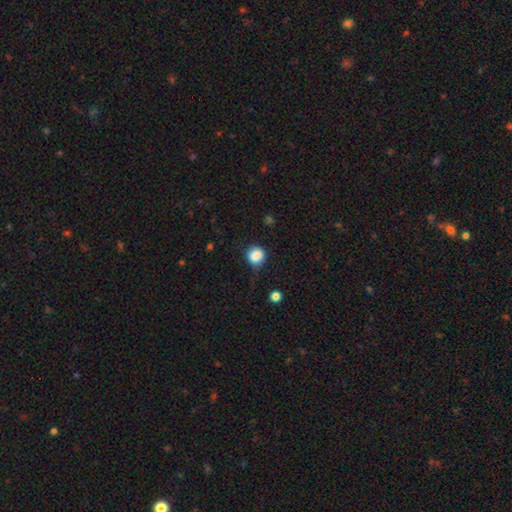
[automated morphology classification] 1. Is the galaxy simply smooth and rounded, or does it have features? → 85% smooth, 10% star or artifact, 5% featured or disk.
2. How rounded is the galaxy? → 84% round, 15% in between, 1% cigar-shaped.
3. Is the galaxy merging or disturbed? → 67% none, 25% minor disturbance, 7% major disturbance, 2% merger.